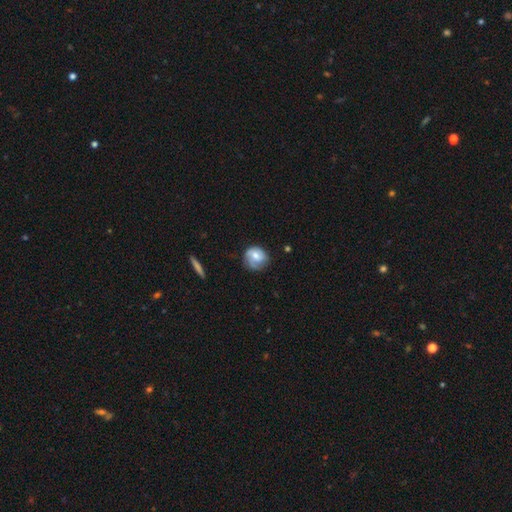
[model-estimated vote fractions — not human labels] smooth_or_featured: smooth (p=0.47) [alt: featured or disk p=0.46]
merging: none (p=0.60) [alt: minor disturbance p=0.27]